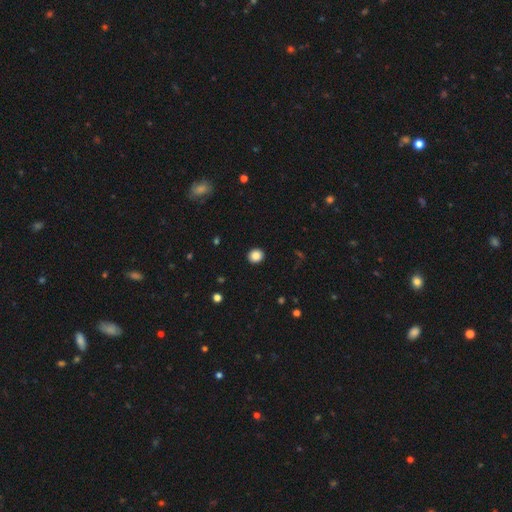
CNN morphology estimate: Overall: smooth (86%). How rounded: round (89%). Merging: none (93%).